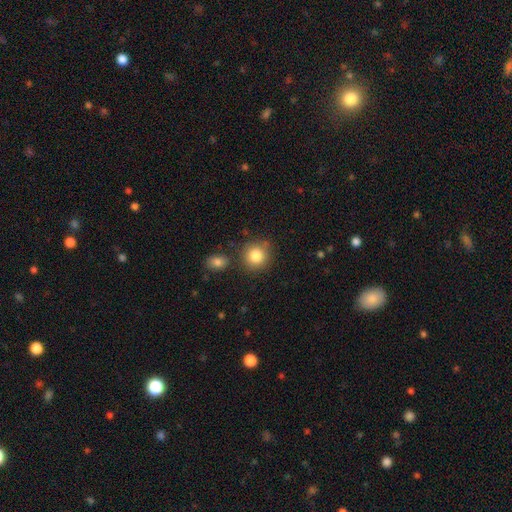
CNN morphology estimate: Overall: smooth (84%). How rounded: round (89%). Merging: none (79%).